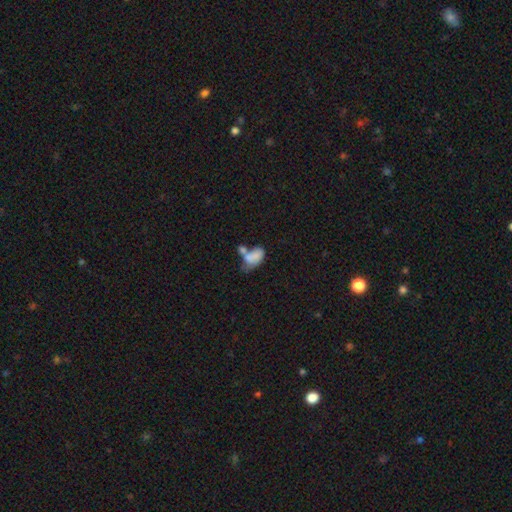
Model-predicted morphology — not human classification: Smooth or featured? smooth (72%)
How rounded? in between (91%)
Merging? merger (53%)